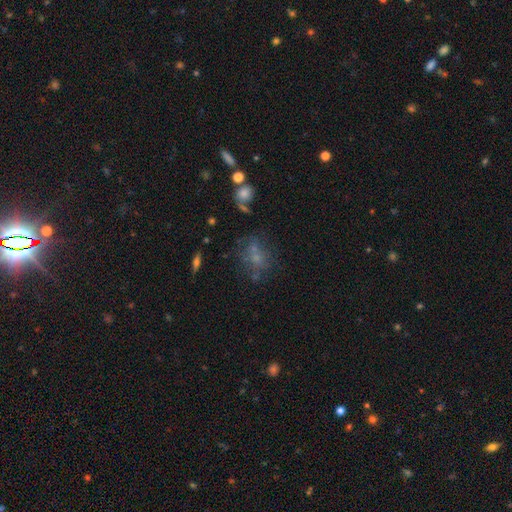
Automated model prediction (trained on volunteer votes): Q: Smooth or featured?
A: smooth (49%); runner-up: featured or disk (28%)
Q: Merging?
A: none (52%); runner-up: minor disturbance (20%)